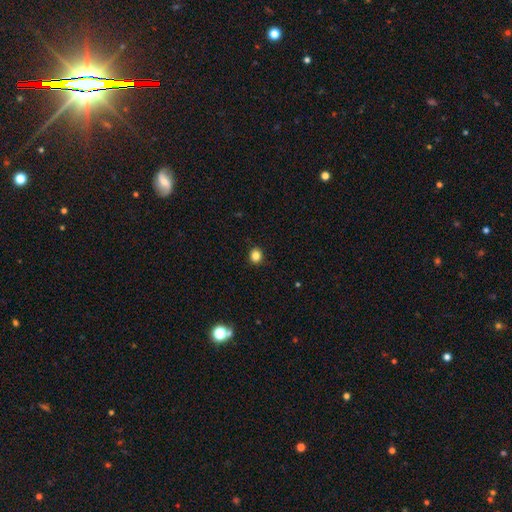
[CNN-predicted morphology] This appears to be a smooth galaxy with no disk features (85%) that is round (76%). Merging: none (91%).